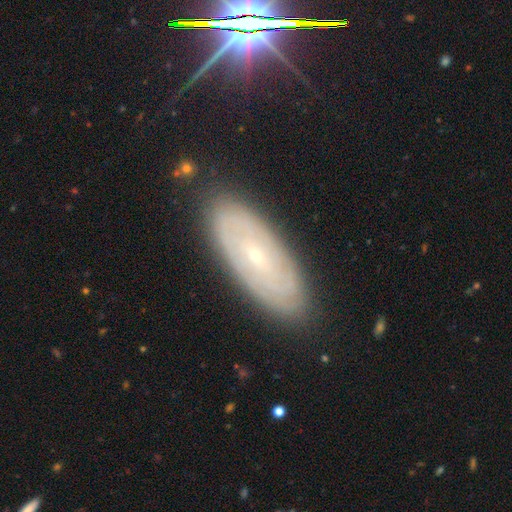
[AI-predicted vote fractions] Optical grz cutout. It shows a featured or disk galaxy (72%) with no bar (61%), spiral arms (75%) and a small central bulge (81%). Merging: none (86%).